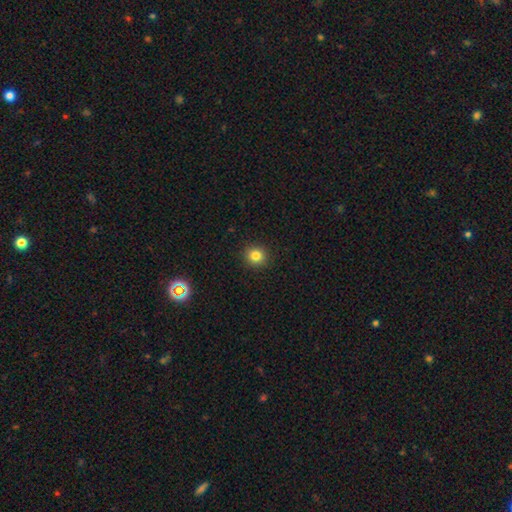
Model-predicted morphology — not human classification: smooth 82%, star or artifact 12%, featured or disk 6%. Down the decision tree: how rounded — round (91%); merging — none (92%).